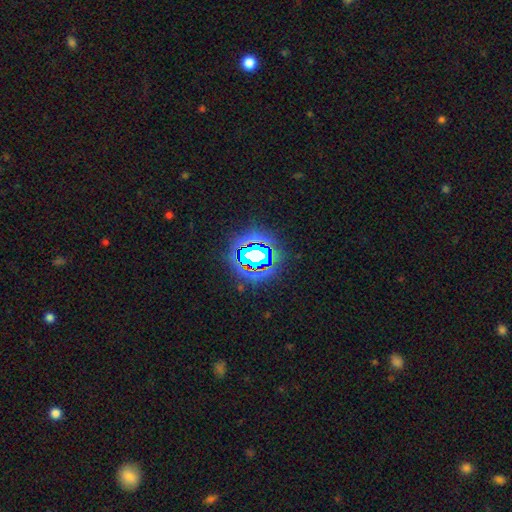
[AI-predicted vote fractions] Q: Smooth or featured?
A: star or artifact (66%); runner-up: smooth (20%)